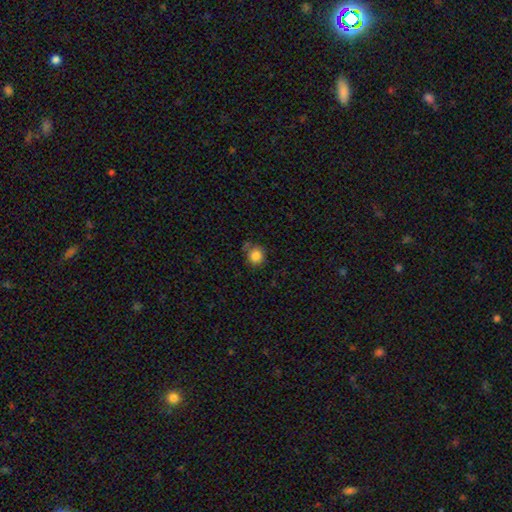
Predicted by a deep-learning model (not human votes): Smooth or featured? smooth (85%)
How rounded? round (87%)
Merging? none (65%)